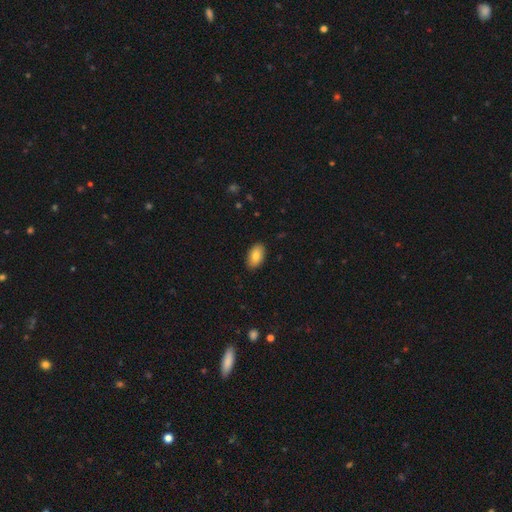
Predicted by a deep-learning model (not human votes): Smooth or featured? smooth (81%)
How rounded? in between (93%)
Merging? none (88%)